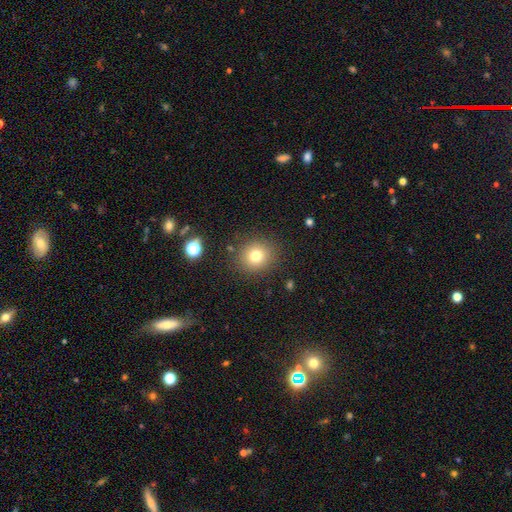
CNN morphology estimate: The model was most divided on "smooth or featured": smooth: 76%, star or artifact: 14%, featured or disk: 10%. More confident: how rounded — round (87%); merging — none (87%).